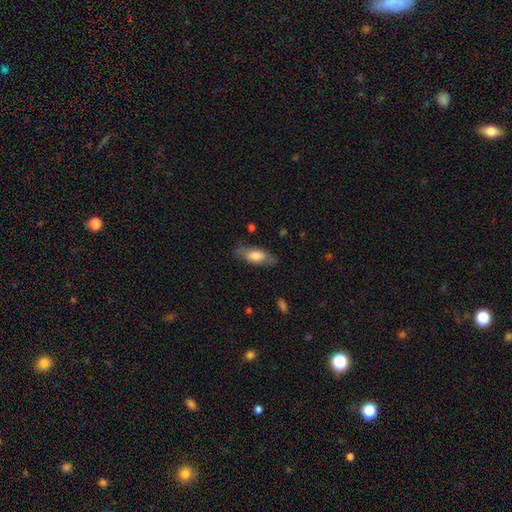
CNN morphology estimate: Smooth or featured? Predicted: smooth (p=0.66). How rounded? Predicted: in between (p=0.78). Merging? Predicted: none (p=0.75).